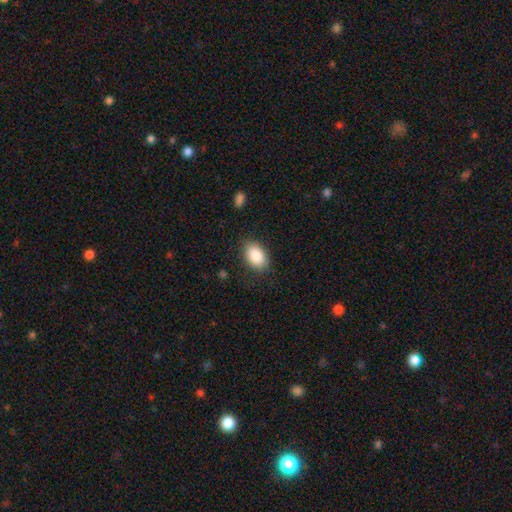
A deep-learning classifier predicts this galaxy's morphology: smooth 88%, star or artifact 7%, featured or disk 5%. Down the decision tree: how rounded — in between (89%); merging — none (82%).